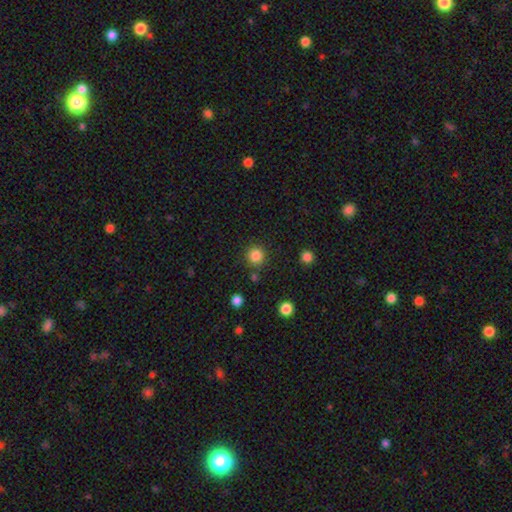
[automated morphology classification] smooth_or_featured: smooth (p=0.85) [alt: star or artifact p=0.12]
how_rounded: round (p=0.94) [alt: in between p=0.05]
merging: none (p=0.87) [alt: minor disturbance p=0.07]